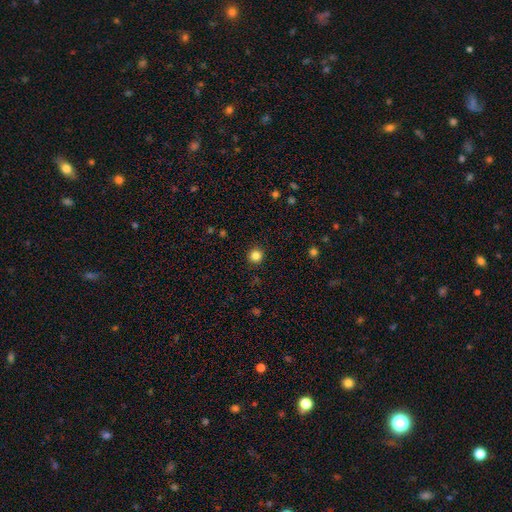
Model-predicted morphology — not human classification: Q: Smooth or featured?
A: smooth (83%); runner-up: star or artifact (13%)
Q: How rounded?
A: round (95%); runner-up: in between (5%)
Q: Merging?
A: none (92%); runner-up: minor disturbance (5%)